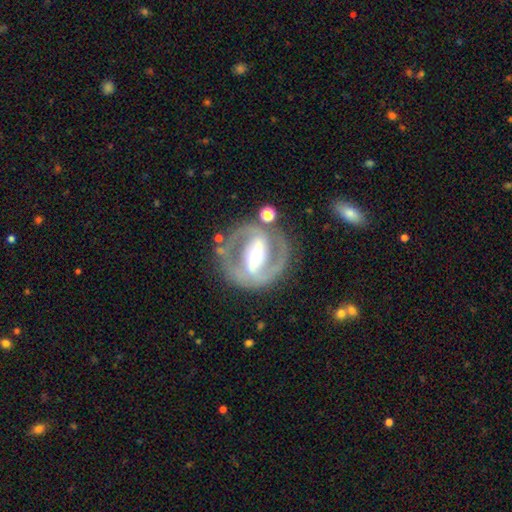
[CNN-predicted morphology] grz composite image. It shows a featured or disk galaxy (87%) with a strong bar (70%), 2 (88%) tight (45%, tied with medium) spiral arms (89%) and a moderate central bulge (64%). Merging: none (79%).